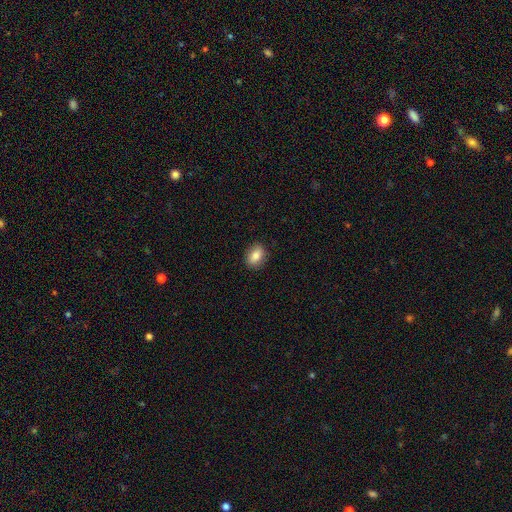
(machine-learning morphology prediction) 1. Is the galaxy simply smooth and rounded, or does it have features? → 80% smooth, 12% featured or disk, 8% star or artifact.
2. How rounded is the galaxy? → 77% in between, 21% round, 2% cigar-shaped.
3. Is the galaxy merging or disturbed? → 88% none, 9% minor disturbance, 2% major disturbance, 1% merger.